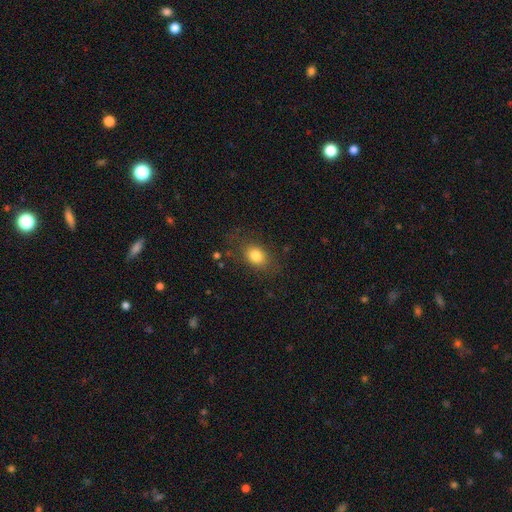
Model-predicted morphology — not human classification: The model was most divided on "how rounded": in between: 66%, round: 33%, cigar-shaped: 2%. More confident: smooth or featured — smooth (81%); merging — none (74%).